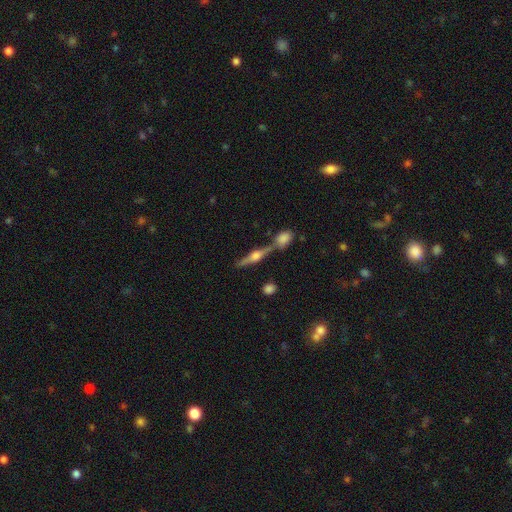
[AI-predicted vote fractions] Overall: featured or disk (74%). Edge-on disk: yes (96%). Edge-on bulge: rounded (92%). Merging: none (68%).